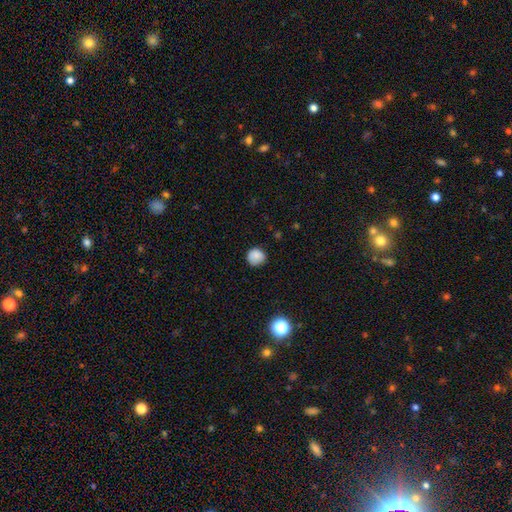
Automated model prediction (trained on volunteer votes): This is clearly a smooth galaxy (84%). How rounded: clearly round (89%). Merging: clearly none (81%).